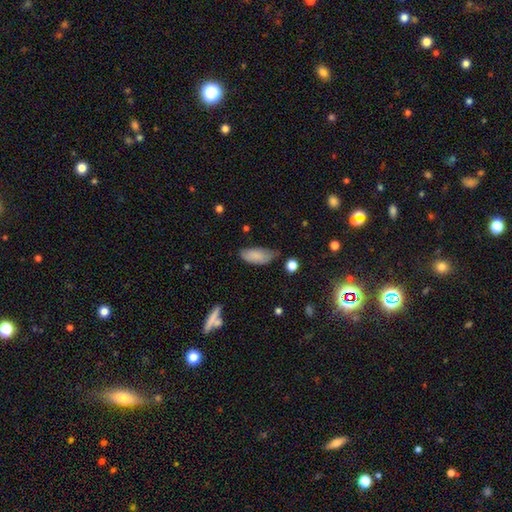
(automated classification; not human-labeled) Overall: smooth (84%). How rounded: in between (87%). Merging: none (57%; minor disturbance 33%).